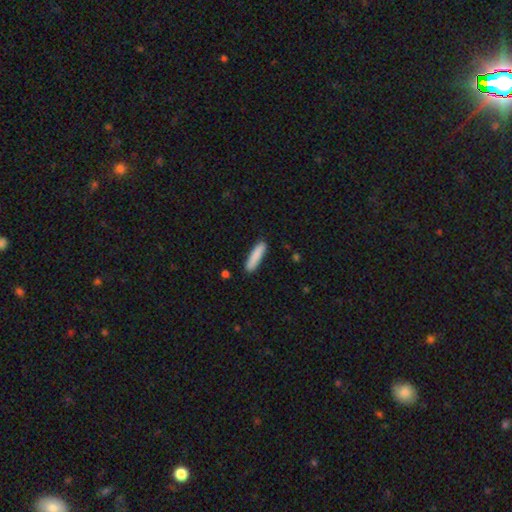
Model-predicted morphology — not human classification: Overall: smooth (86%). How rounded: cigar-shaped (84%). Merging: none (89%).